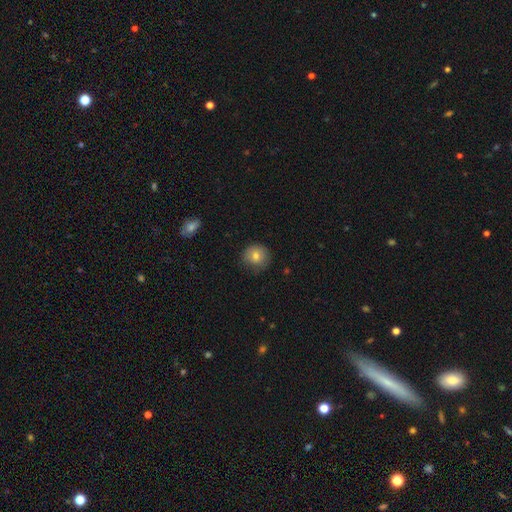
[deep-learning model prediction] This appears to be a smooth galaxy with no disk features (79%) that is round (91%). Merging: none (80%).